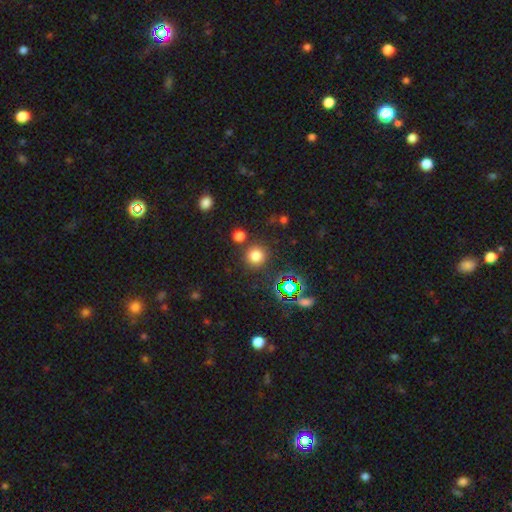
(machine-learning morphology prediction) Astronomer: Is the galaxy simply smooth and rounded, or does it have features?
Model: smooth — 73%.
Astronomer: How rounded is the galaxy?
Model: round — 94%.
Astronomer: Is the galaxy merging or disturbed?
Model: none — 85%.